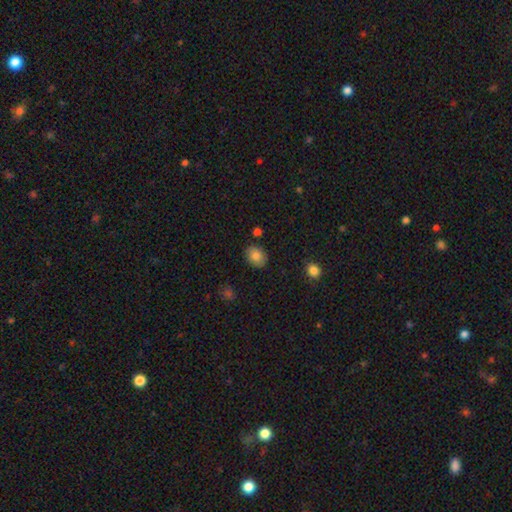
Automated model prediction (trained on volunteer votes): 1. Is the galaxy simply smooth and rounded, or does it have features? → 83% smooth, 9% featured or disk, 8% star or artifact.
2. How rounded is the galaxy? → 63% in between, 36% round, 1% cigar-shaped.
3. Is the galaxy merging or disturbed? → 84% none, 11% minor disturbance, 2% major disturbance, 2% merger.